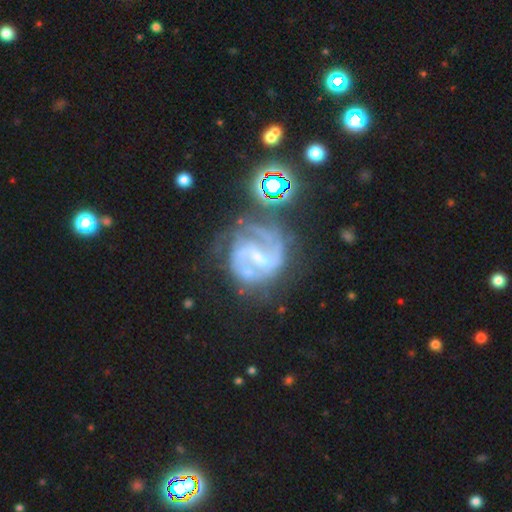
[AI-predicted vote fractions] This is clearly a featured or disk galaxy (83%). It is clearly not viewed edge-on (98%). Bar: possibly weak (47%). Spiral arm pattern: clearly yes (93%). Spiral arm count: likely 2 (67%). Spiral winding: possibly medium (50%). Central bulge: possibly small (57%). Merging: possibly none (49%).